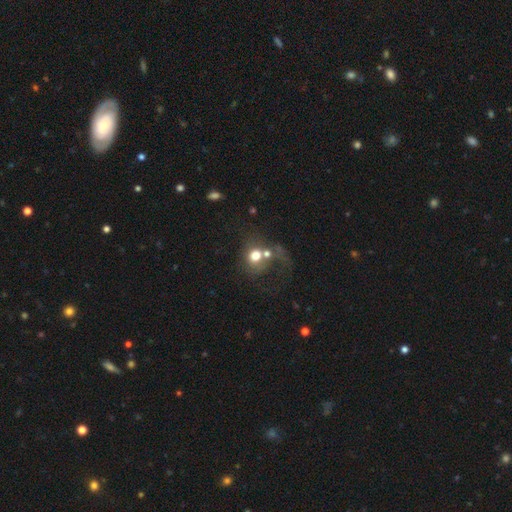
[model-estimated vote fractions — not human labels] Q: Smooth or featured?
A: smooth (63%); runner-up: featured or disk (24%)
Q: How rounded?
A: round (69%); runner-up: in between (30%)
Q: Merging?
A: merger (43%); runner-up: none (24%)